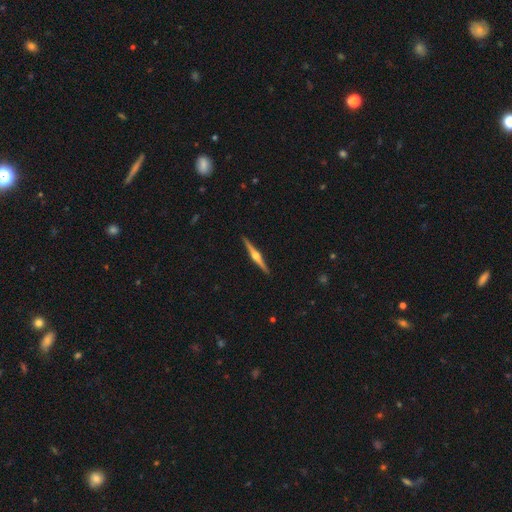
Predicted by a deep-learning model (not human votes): smooth_or_featured: featured or disk (p=0.83) [alt: smooth p=0.12]
disk_edge_on: yes (p=0.99) [alt: no p=0.01]
edge_on_bulge: rounded (p=0.94) [alt: boxy p=0.04]
merging: none (p=0.92) [alt: minor disturbance p=0.05]